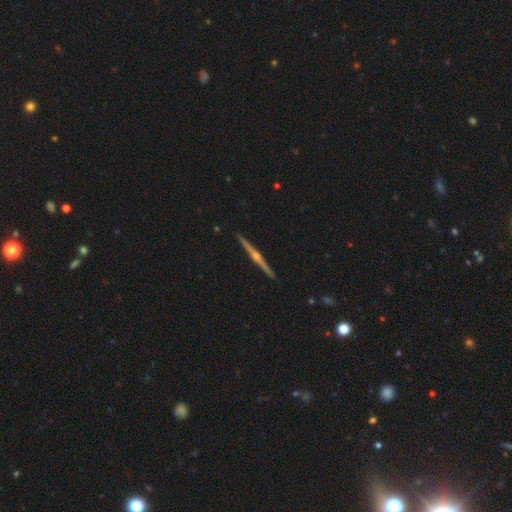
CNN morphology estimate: featured or disk 85%, smooth 10%, star or artifact 5%. Down the decision tree: edge-on disk — yes (99%); edge-on bulge — rounded (89%); merging — none (93%).